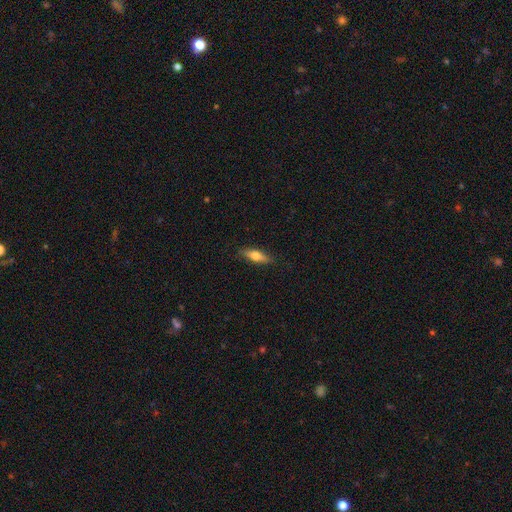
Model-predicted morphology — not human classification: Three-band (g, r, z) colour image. It shows a smooth galaxy with no disk features (63%) that is cigar-shaped (54%). Merging: none (84%).